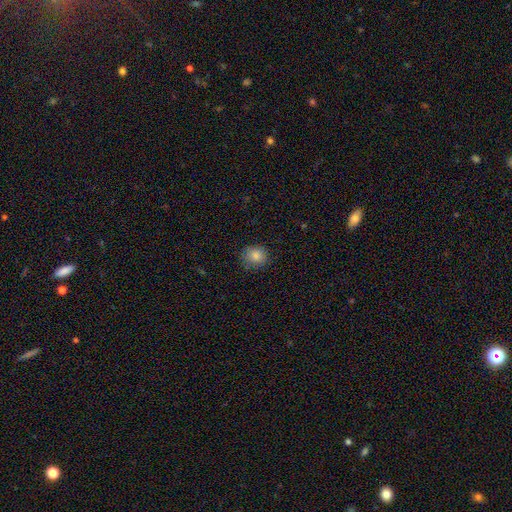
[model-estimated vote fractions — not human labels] Smooth or featured: smooth — 85% (star or artifact — 10%)
How rounded: round — 83% (in between — 16%)
Merging: none — 82% (minor disturbance — 14%)